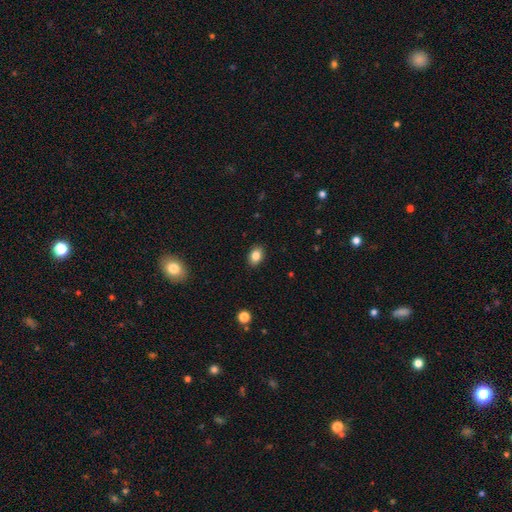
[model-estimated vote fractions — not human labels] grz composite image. It shows a smooth galaxy with no disk features (84%) that is in between round and cigar-shaped (77%). Merging: none (89%).